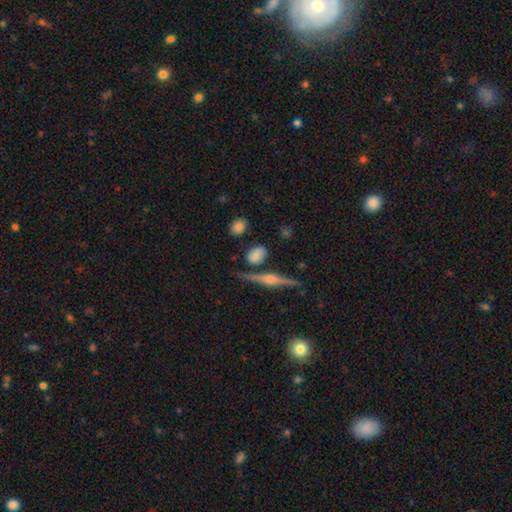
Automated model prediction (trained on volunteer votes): smooth_or_featured: smooth (p=0.57) [alt: featured or disk p=0.32]
how_rounded: in between (p=0.57) [alt: round p=0.34]
merging: none (p=0.74) [alt: minor disturbance p=0.15]